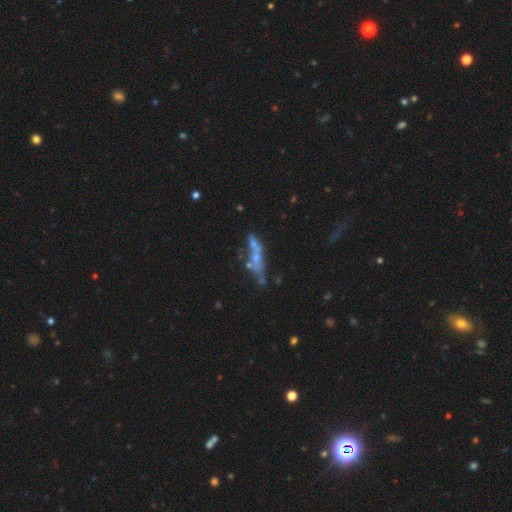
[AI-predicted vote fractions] Smooth or featured? Predicted: featured or disk (p=0.52). Edge-on disk? Predicted: no (p=0.58). Merging? Predicted: none (p=0.44).